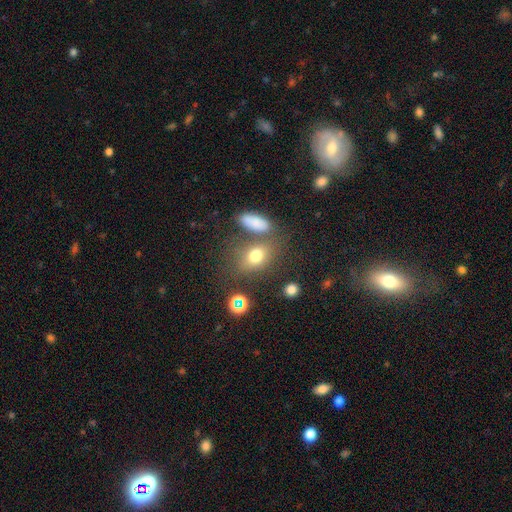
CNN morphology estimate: The model was most divided on "how rounded": in between: 67%, round: 30%, cigar-shaped: 3%. More confident: smooth or featured — smooth (70%); merging — none (61%).